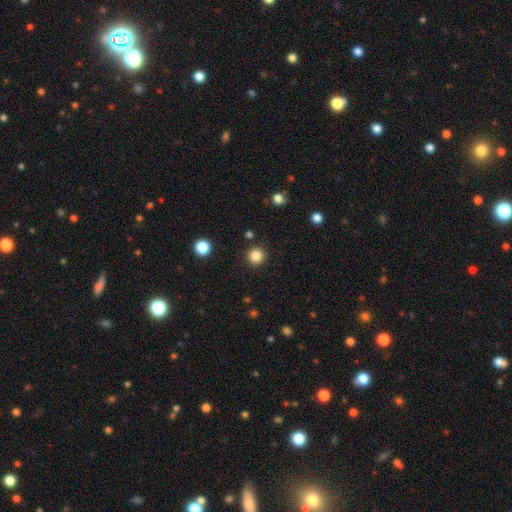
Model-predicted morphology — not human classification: A smooth galaxy with no disk features (85%) that is round (95%). Merging: none (91%).